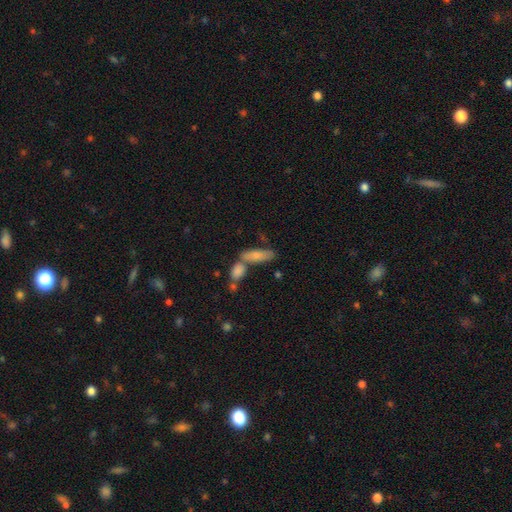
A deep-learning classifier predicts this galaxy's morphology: smooth 67%, featured or disk 22%, star or artifact 10%. Down the decision tree: how rounded — in between (49%); merging — none (49%).